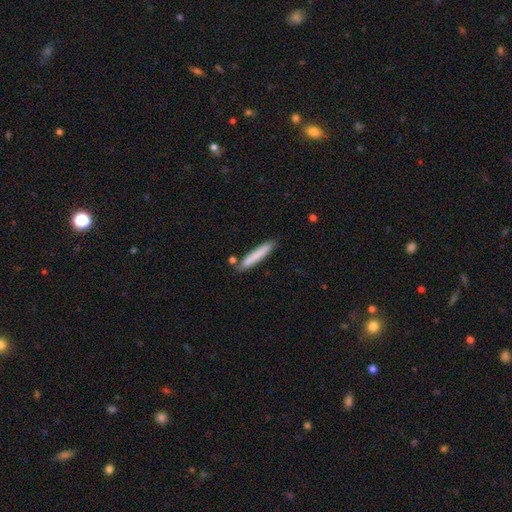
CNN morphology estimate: smooth 78%, featured or disk 16%, star or artifact 6%. Down the decision tree: how rounded — cigar-shaped (94%); merging — none (81%).